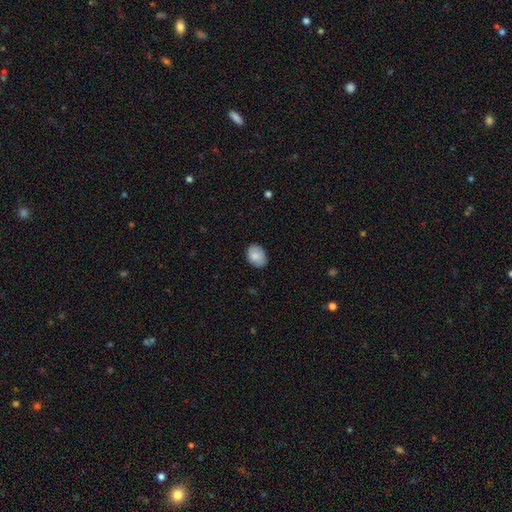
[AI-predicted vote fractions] Smooth or featured?
  - smooth: 84% *
  - featured or disk: 10%
  - star or artifact: 7%
How rounded?
  - in between: 72% *
  - round: 27%
  - cigar-shaped: 1%
Merging?
  - none: 83% *
  - minor disturbance: 14%
  - major disturbance: 2%
  - merger: 1%